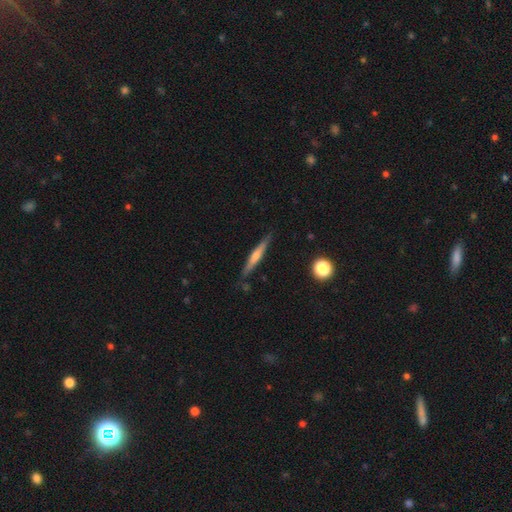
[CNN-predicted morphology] The model was most divided on "smooth or featured": featured or disk: 52%, smooth: 41%, star or artifact: 6%. More confident: edge-on disk — yes (96%); merging — none (85%); edge-on bulge — rounded (64%).